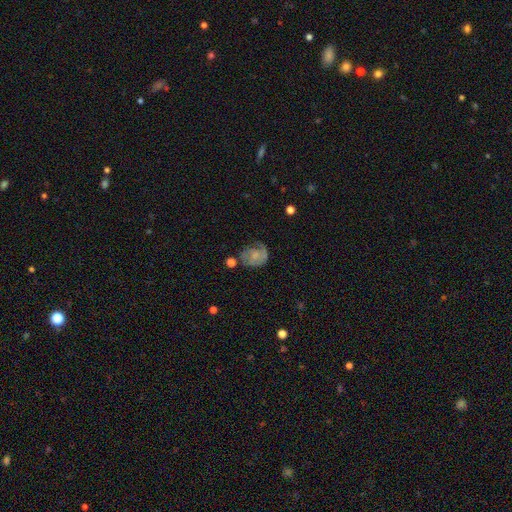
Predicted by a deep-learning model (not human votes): smooth-or-featured: featured or disk: 59% | smooth: 32% | star or artifact: 8%
  disk-edge-on: no: 98% | yes: 2%
    bar: no: 74% | weak: 23% | strong: 3%
    has-spiral-arms: yes: 82% | no: 18%
    bulge-size: small: 37% | none: 30% | moderate: 26% | large: 5% | dominant: 2%
  merging: none: 49% | minor disturbance: 26% | major disturbance: 19% | merger: 6%